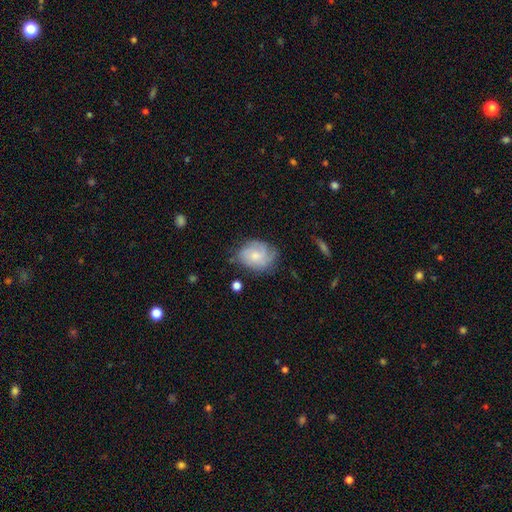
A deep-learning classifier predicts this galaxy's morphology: Smooth or featured? smooth (52%)
How rounded? in between (58%)
Merging? none (59%)